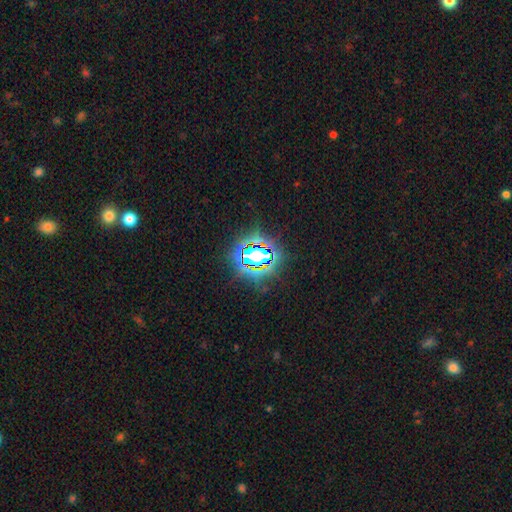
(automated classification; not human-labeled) Smooth or featured? star or artifact (77%)